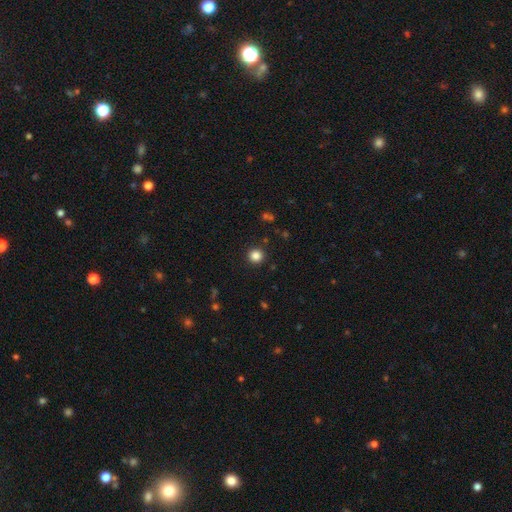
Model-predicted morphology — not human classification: This appears to be a smooth galaxy with no disk features (85%) that is round (95%). Merging: none (92%).